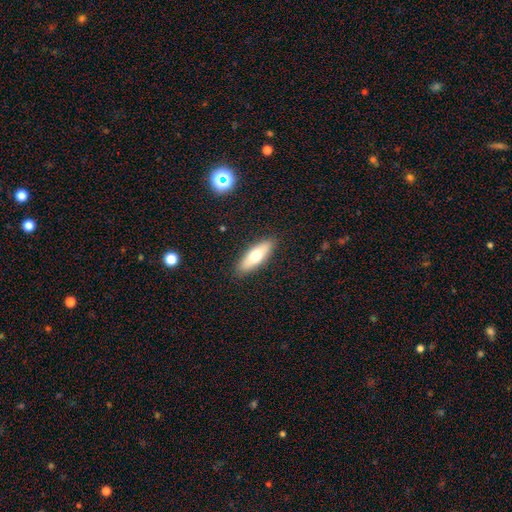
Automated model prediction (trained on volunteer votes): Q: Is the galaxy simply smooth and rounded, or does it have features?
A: smooth — 65%.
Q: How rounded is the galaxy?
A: in between — 61%.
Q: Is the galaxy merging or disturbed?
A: none — 89%.